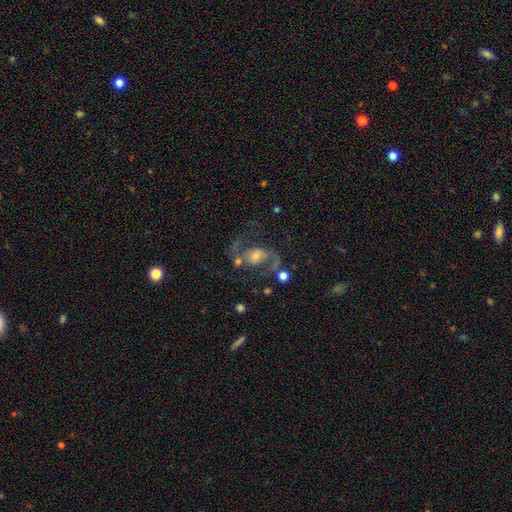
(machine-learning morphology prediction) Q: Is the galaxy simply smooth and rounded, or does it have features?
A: featured or disk — 83%.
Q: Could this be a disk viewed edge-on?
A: no — 97%.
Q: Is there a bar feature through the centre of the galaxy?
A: no — 50%.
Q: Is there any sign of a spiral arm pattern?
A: yes — 95%.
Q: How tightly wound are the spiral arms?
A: medium — 47%.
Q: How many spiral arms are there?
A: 2 — 91%.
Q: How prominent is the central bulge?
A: moderate — 44%.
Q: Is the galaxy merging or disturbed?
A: none — 61%.